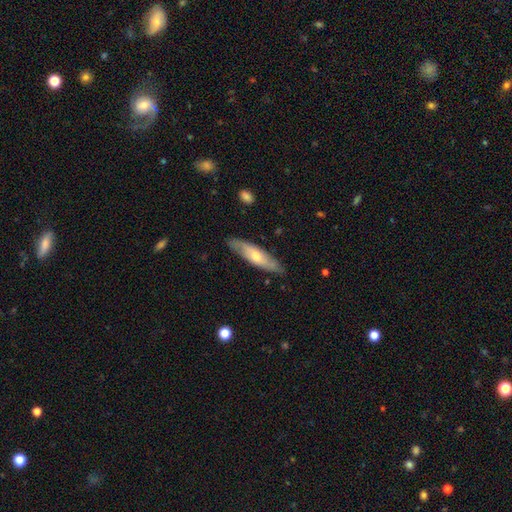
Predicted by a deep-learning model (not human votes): Overall: smooth (49%; featured or disk 46%). Merging: none (84%).